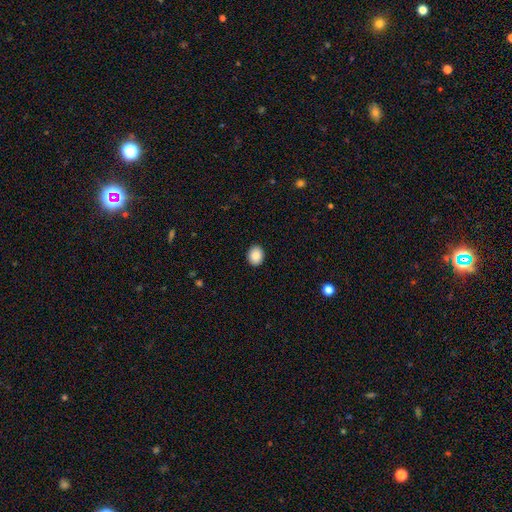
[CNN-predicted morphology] Smooth or featured? Predicted: smooth (p=0.88). How rounded? Predicted: round (p=0.50, tied with in between). Merging? Predicted: none (p=0.91).